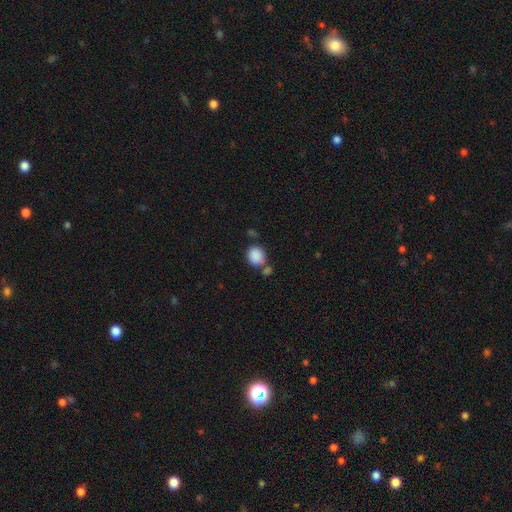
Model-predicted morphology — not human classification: Overall: smooth (87%). How rounded: round (71%). Merging: none (60%; merger 23%).